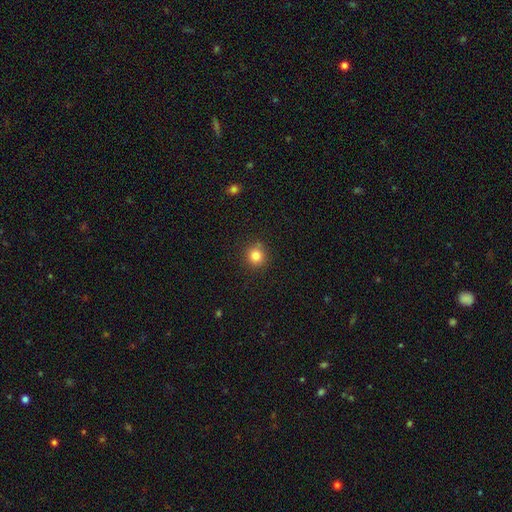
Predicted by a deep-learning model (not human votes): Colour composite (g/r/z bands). It shows a smooth galaxy with no disk features (83%) that is round (92%). Merging: none (88%).